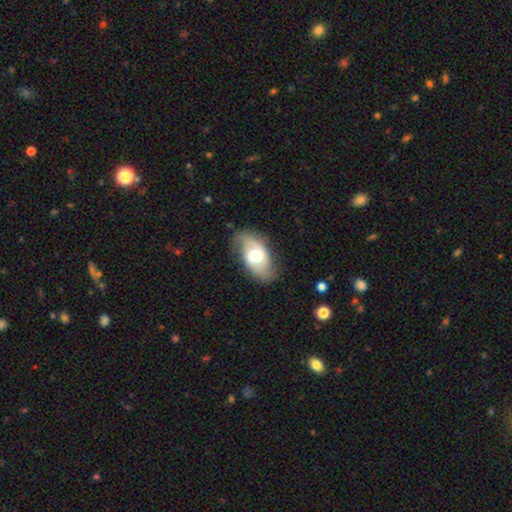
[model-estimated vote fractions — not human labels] Smooth or featured?
  - featured or disk: 58% *
  - smooth: 36%
  - star or artifact: 6%
Edge-on disk?
  - no: 93% *
  - yes: 7%
Bar?
  - no: 58% *
  - weak: 32%
  - strong: 10%
Spiral arms?
  - yes: 78% *
  - no: 22%
Bulge size?
  - moderate: 68% *
  - large: 15%
  - small: 15%
  - dominant: 2%
  - none: 1%
Merging?
  - none: 71% *
  - minor disturbance: 20%
  - major disturbance: 8%
  - merger: 1%